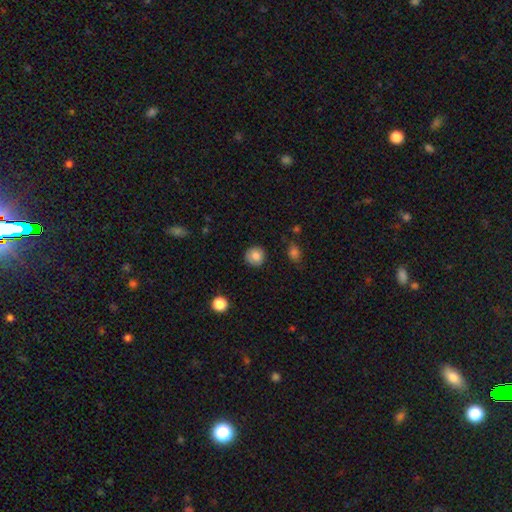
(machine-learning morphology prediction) smooth 84%, star or artifact 9%, featured or disk 7%. Down the decision tree: how rounded — round (93%); merging — none (88%).